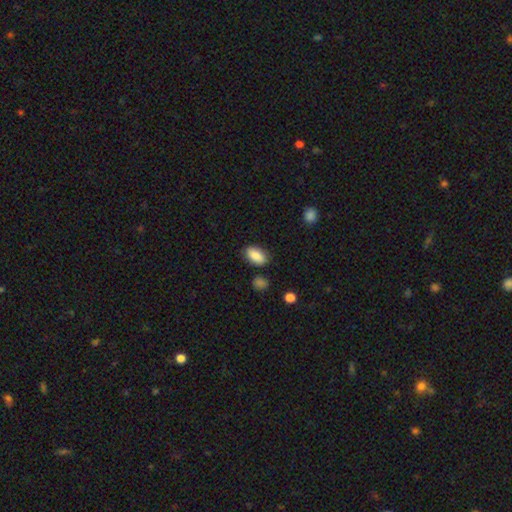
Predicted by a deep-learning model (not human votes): Smooth or featured?
  - smooth: 86% *
  - star or artifact: 7%
  - featured or disk: 6%
How rounded?
  - in between: 92% *
  - round: 5%
  - cigar-shaped: 3%
Merging?
  - none: 81% *
  - minor disturbance: 14%
  - major disturbance: 3%
  - merger: 3%